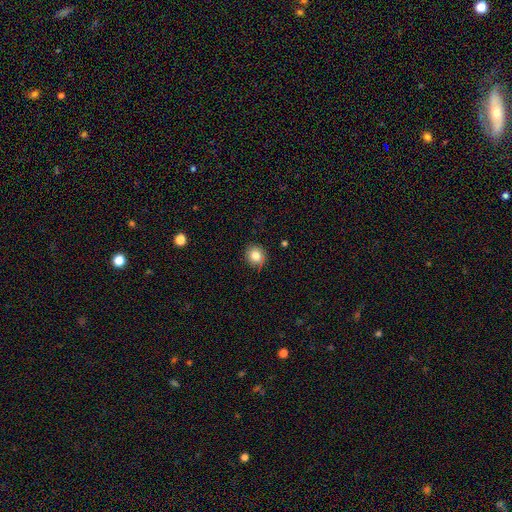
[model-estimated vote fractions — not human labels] The model was most divided on "how rounded": round: 84%, in between: 15%, cigar-shaped: 1%. More confident: merging — none (87%); smooth or featured — smooth (83%).